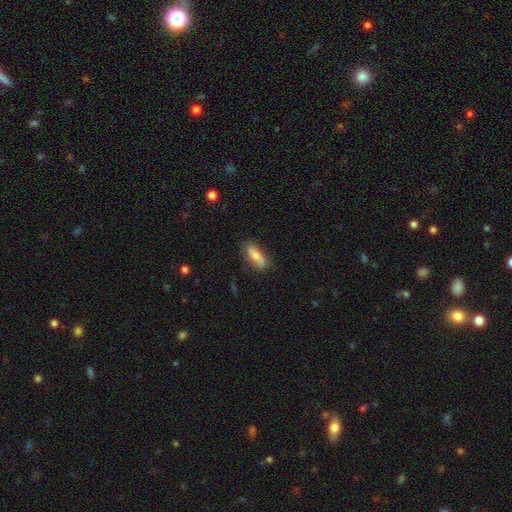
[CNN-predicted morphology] A smooth galaxy with no disk features (71%) that is in between round and cigar-shaped (70%). Merging: none (77%).